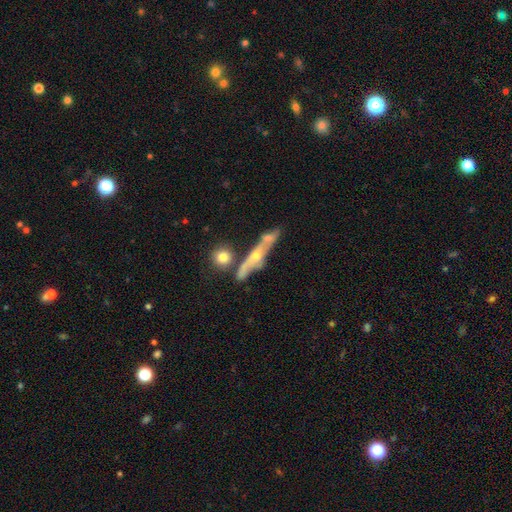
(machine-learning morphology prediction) This appears to be a featured or disk galaxy (68%) viewed edge-on (73%). Merging: none (54%).